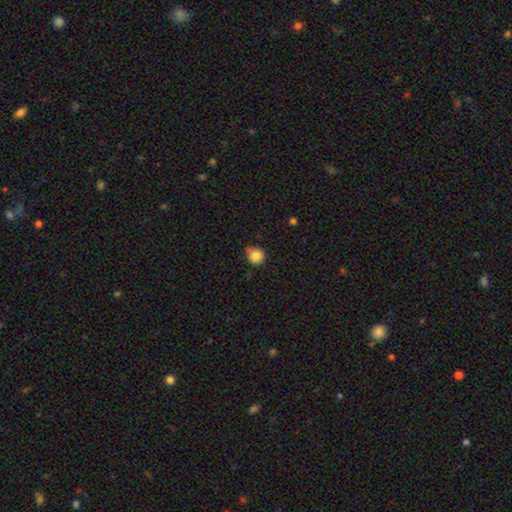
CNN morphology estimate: smooth 85%, star or artifact 10%, featured or disk 4%. Down the decision tree: how rounded — round (93%); merging — none (67%).